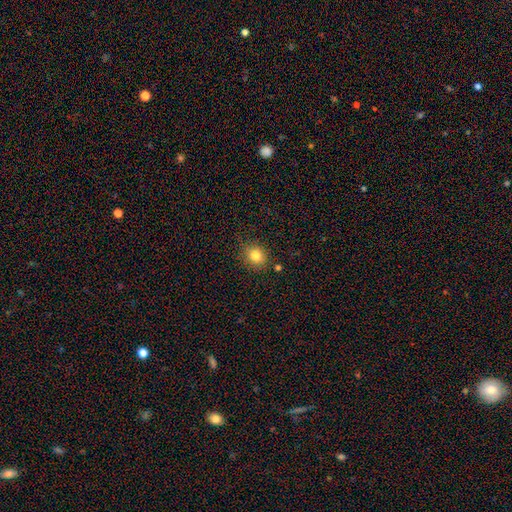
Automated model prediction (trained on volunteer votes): A smooth galaxy with no disk features (82%) that is round (70%). Merging: none (83%).